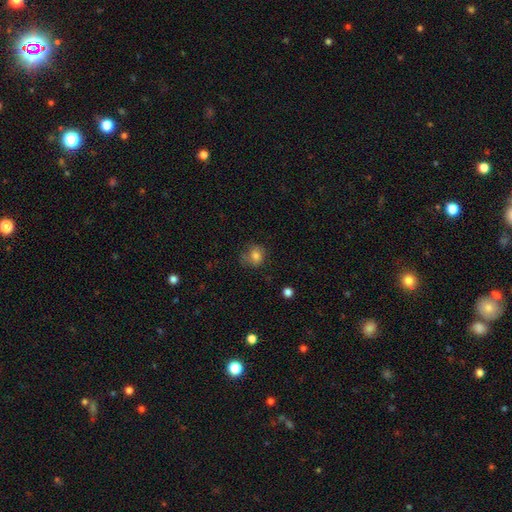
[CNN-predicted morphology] smooth 77%, featured or disk 12%, star or artifact 11%. Down the decision tree: how rounded — round (71%); merging — none (57%).